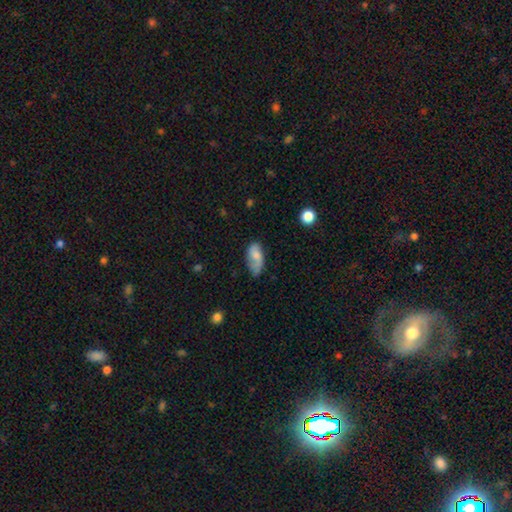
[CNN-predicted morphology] The model was most divided on "merging": none: 45%, minor disturbance: 36%, major disturbance: 15%, merger: 4%. More confident: how rounded — in between (90%); smooth or featured — smooth (62%).